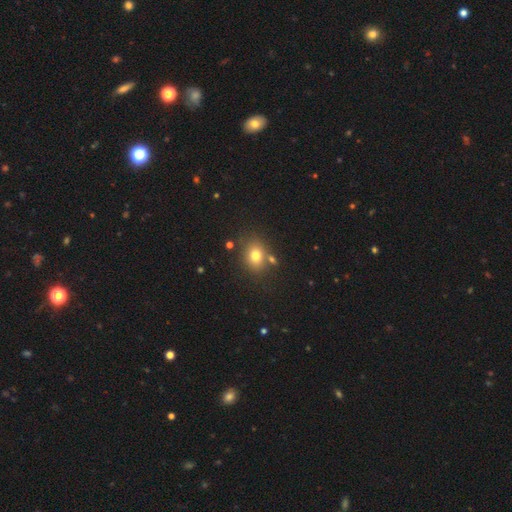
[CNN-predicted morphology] type=smooth (76%); roundness=round (52%); merging=none (72%).